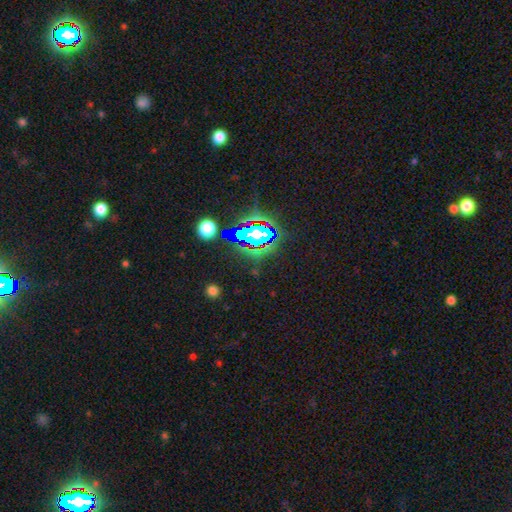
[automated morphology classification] Smooth or featured: star or artifact — 72% (smooth — 16%)